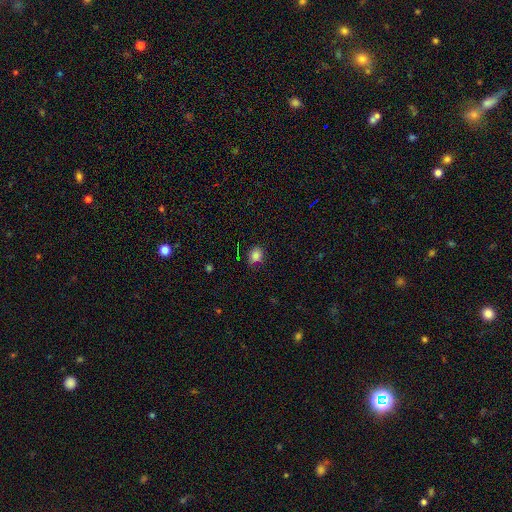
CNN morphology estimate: smooth-or-featured: smooth: 82% | star or artifact: 13% | featured or disk: 5%
  how-rounded: round: 59% | in between: 40% | cigar-shaped: 1%
  merging: none: 73% | minor disturbance: 21% | major disturbance: 4% | merger: 2%